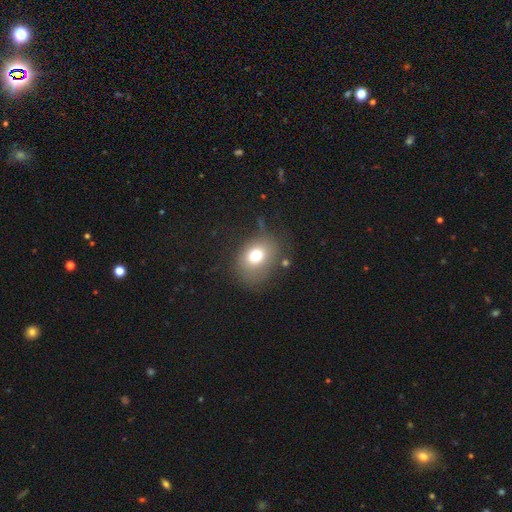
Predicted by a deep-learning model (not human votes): smooth 73%, featured or disk 15%, star or artifact 12%. Down the decision tree: how rounded — in between (53%); merging — none (68%).